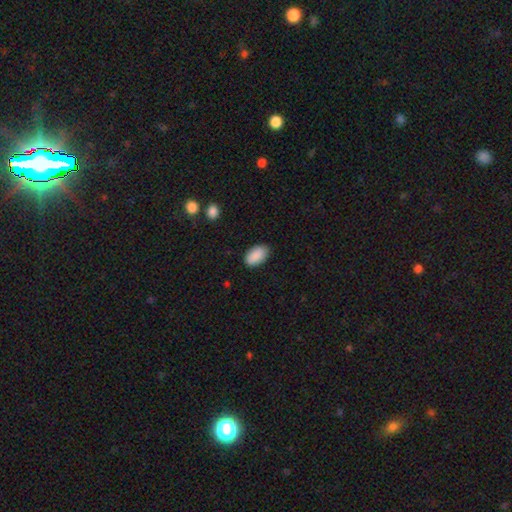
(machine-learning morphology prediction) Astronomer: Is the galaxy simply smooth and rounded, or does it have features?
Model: smooth — 90%.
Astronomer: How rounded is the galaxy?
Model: in between — 95%.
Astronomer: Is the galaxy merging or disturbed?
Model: none — 87%.